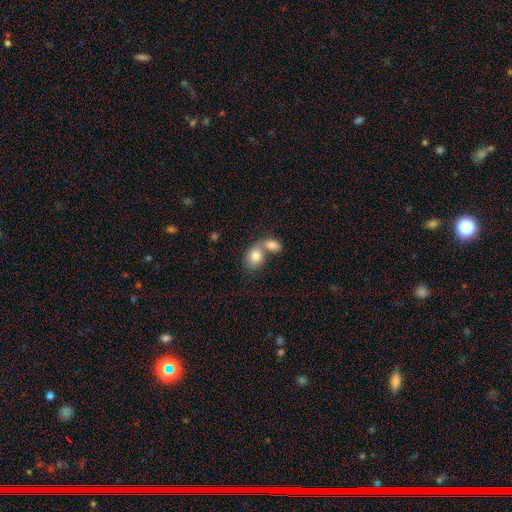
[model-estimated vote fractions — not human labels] A smooth galaxy with no disk features (80%) that is in between round and cigar-shaped (64%). Merging: merger (66%).